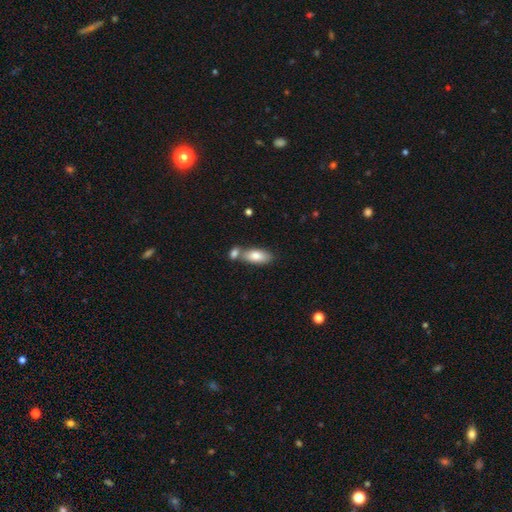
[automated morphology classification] Smooth or featured? Predicted: smooth (p=0.79). How rounded? Predicted: in between (p=0.85). Merging? Predicted: none (p=0.48).